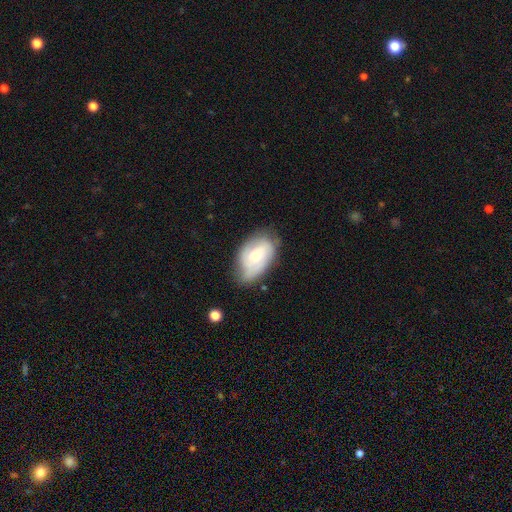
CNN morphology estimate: smooth-or-featured: featured or disk: 47% (tied) | smooth: 47% (tied) | star or artifact: 6%
  merging: none: 53% | minor disturbance: 34% | major disturbance: 10% | merger: 2%